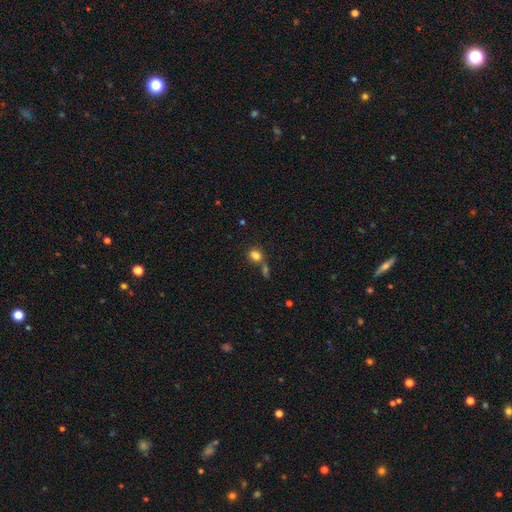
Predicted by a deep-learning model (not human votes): The model was most divided on "merging": none: 46%, merger: 35%, minor disturbance: 13%, major disturbance: 6%. More confident: smooth or featured — smooth (81%); how rounded — in between (68%).